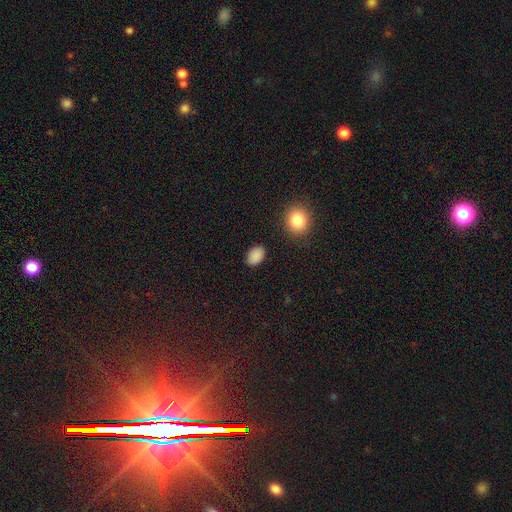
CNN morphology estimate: Smooth or featured? Predicted: smooth (p=0.88). How rounded? Predicted: in between (p=0.84). Merging? Predicted: none (p=0.84).